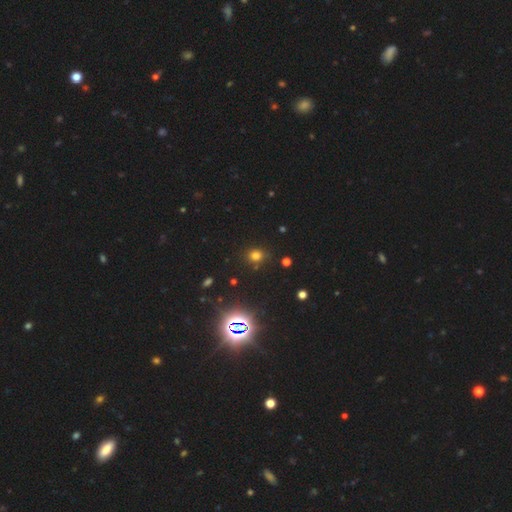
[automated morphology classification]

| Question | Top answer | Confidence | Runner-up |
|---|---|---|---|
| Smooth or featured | smooth | 66% | star or artifact (27%) |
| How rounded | round | 77% | in between (22%) |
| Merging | none | 81% | minor disturbance (12%) |